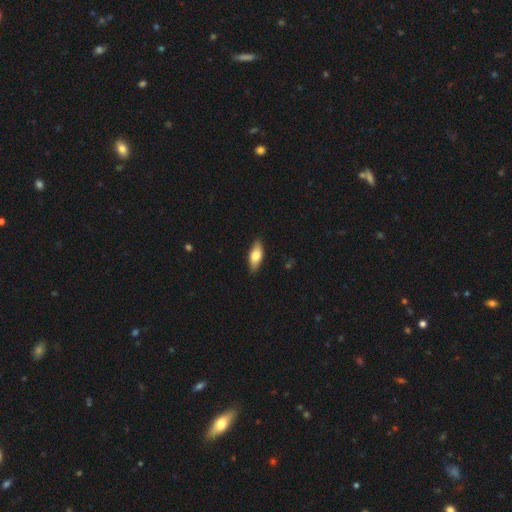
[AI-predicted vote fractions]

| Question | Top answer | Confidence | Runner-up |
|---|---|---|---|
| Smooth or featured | smooth | 72% | featured or disk (22%) |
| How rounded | in between | 78% | cigar-shaped (20%) |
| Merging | none | 87% | minor disturbance (10%) |